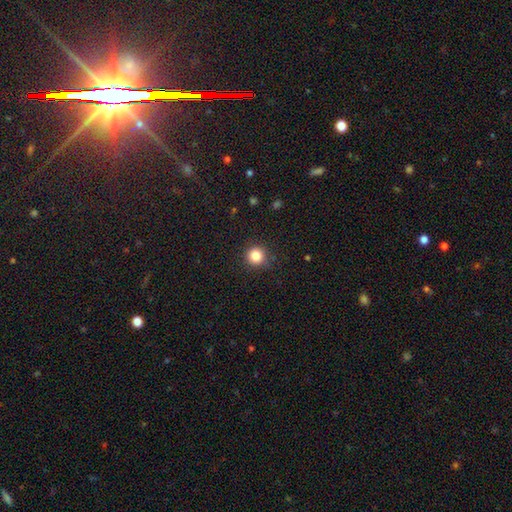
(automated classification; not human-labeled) Overall: smooth (83%). How rounded: round (94%). Merging: none (88%).